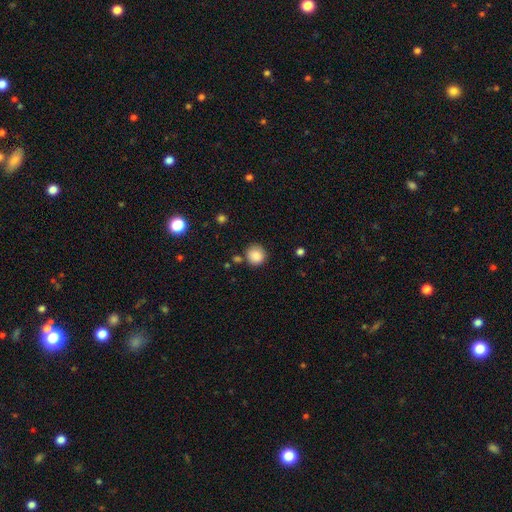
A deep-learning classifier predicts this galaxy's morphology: smooth_or_featured: smooth (p=0.87) [alt: star or artifact p=0.09]
how_rounded: round (p=0.92) [alt: in between p=0.07]
merging: none (p=0.79) [alt: minor disturbance p=0.12]